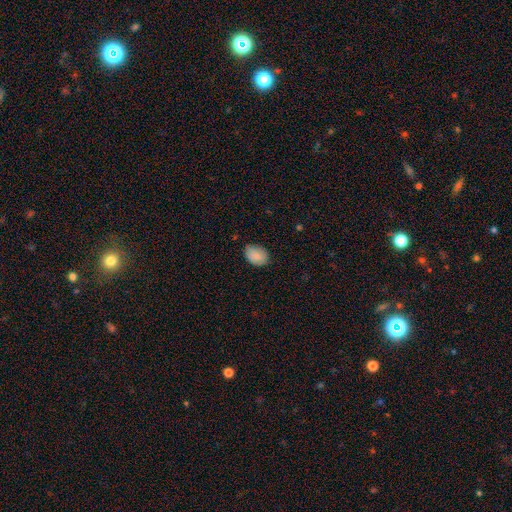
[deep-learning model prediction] smooth 86%, featured or disk 7%, star or artifact 7%. Down the decision tree: how rounded — in between (76%); merging — none (76%).